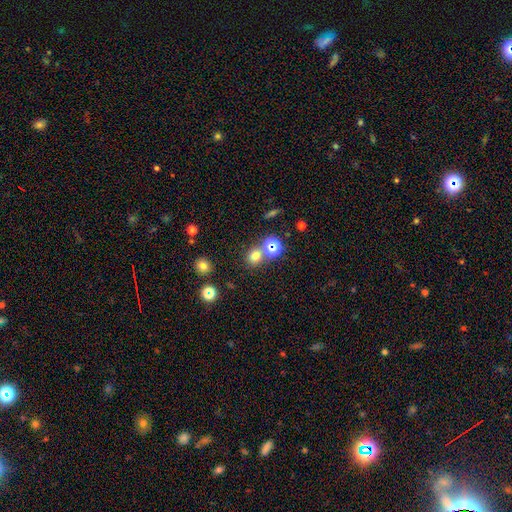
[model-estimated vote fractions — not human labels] This appears to be a smooth galaxy with no disk features (69%) that is round (81%). Merging: none (68%).